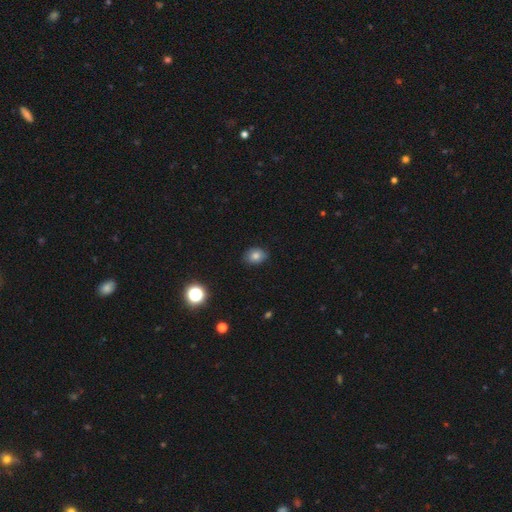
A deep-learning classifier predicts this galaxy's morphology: smooth 79%, star or artifact 12%, featured or disk 10%. Down the decision tree: how rounded — in between (64%); merging — none (84%).